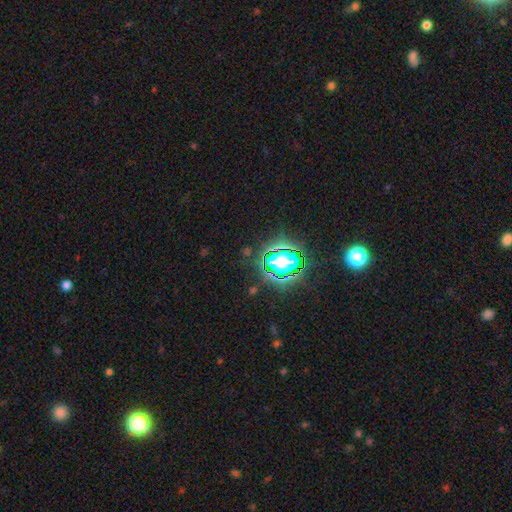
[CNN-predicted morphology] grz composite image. It shows a star or artifact, not a galaxy (80%).